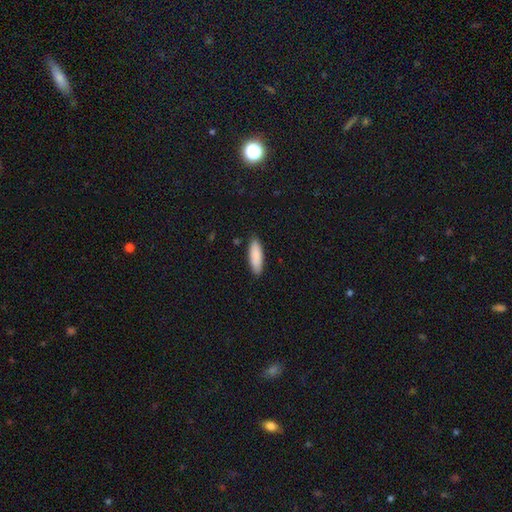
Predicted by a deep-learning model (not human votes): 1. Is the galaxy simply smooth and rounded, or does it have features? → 89% smooth, 6% featured or disk, 6% star or artifact.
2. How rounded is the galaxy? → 55% in between, 43% cigar-shaped, 2% round.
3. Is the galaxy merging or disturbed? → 88% none, 10% minor disturbance, 2% major disturbance, 1% merger.